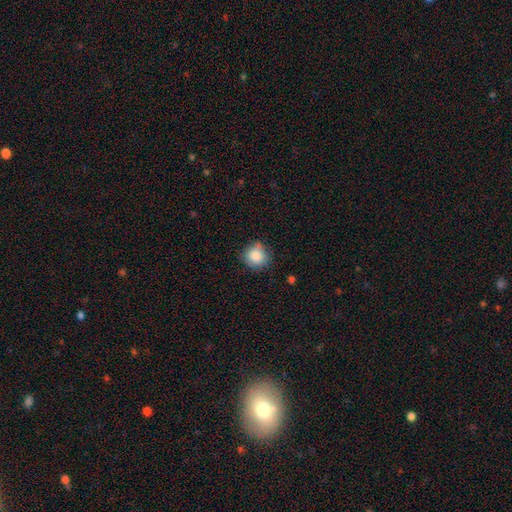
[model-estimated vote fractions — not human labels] Smooth or featured? Predicted: smooth (p=0.86). How rounded? Predicted: round (p=0.89). Merging? Predicted: none (p=0.76).